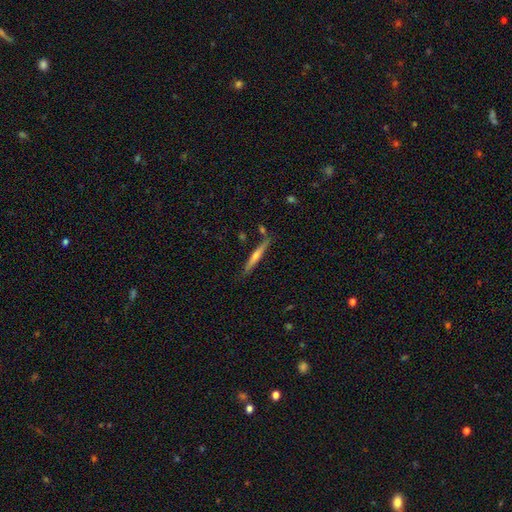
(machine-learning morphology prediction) type=featured or disk (57%); edge-on=yes (96%); edge-on bulge=rounded (73%); merging=none (81%).